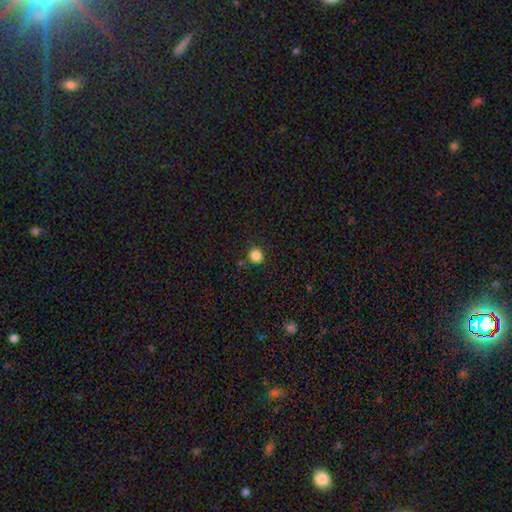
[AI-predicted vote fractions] The model was most divided on "smooth or featured": smooth: 84%, star or artifact: 12%, featured or disk: 4%. More confident: how rounded — round (86%); merging — none (83%).